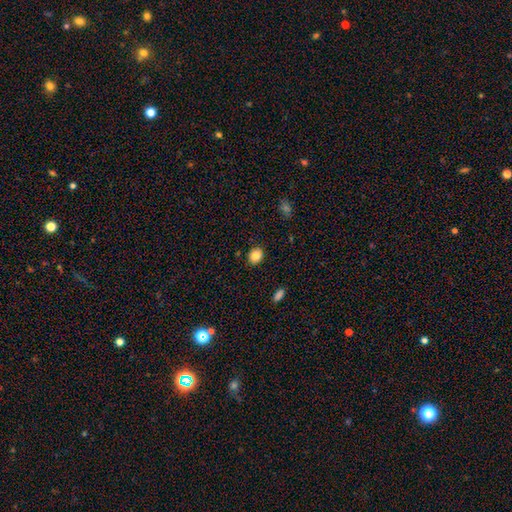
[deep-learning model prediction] Overall: smooth (85%). How rounded: round (67%; in between 32%). Merging: none (89%).